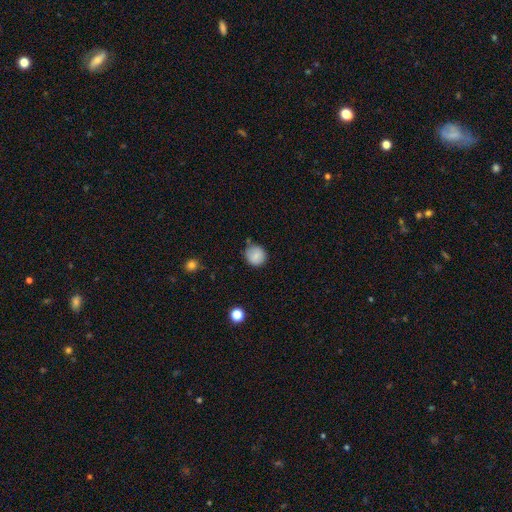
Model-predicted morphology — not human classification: Overall: smooth (83%). How rounded: round (89%). Merging: none (76%).